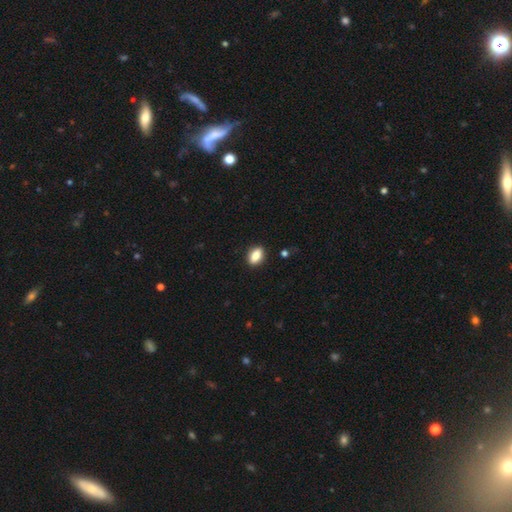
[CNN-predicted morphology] A smooth galaxy with no disk features (82%) that is in between round and cigar-shaped (82%).

Vote fractions:
- Smooth or featured? smooth: 82% / featured or disk: 10% / star or artifact: 8%
- How rounded? in between: 82% / round: 13% / cigar-shaped: 5%
- Merging? none: 88% / minor disturbance: 8% / major disturbance: 2% / merger: 1%